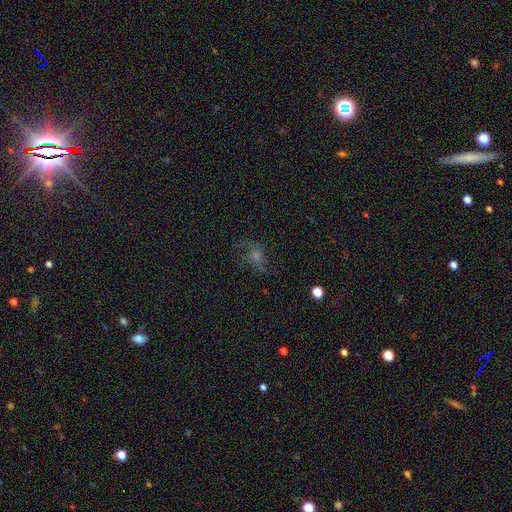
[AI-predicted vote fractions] featured or disk 40%, star or artifact 30%, smooth 30%. Down the decision tree: merging — none (54%).